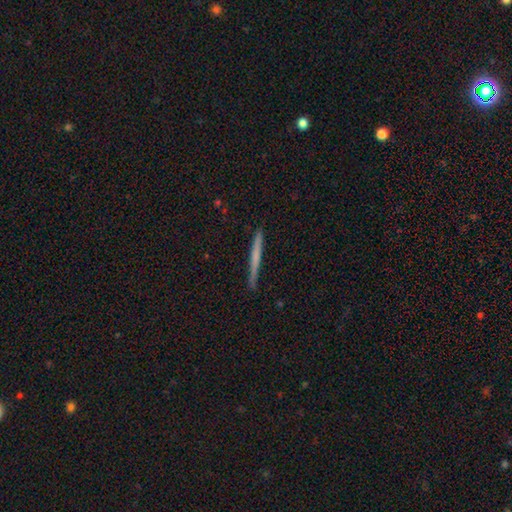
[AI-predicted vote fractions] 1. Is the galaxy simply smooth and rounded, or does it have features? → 51% smooth, 43% featured or disk, 6% star or artifact.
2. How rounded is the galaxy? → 97% cigar-shaped, 2% in between, 1% round.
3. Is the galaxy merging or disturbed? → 89% none, 9% minor disturbance, 2% major disturbance, 1% merger.